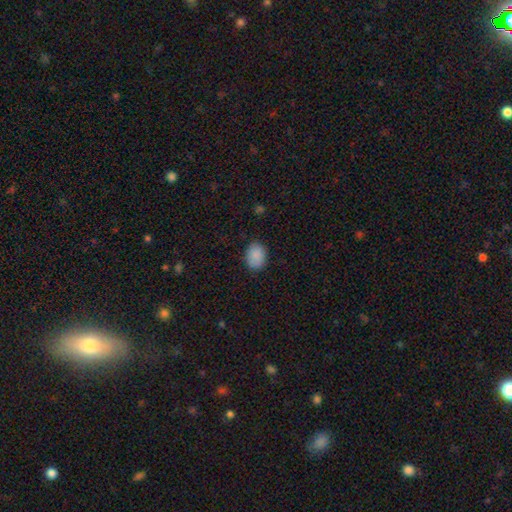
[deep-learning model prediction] This is clearly a smooth galaxy (87%). How rounded: likely in between (71%). Merging: clearly none (82%).